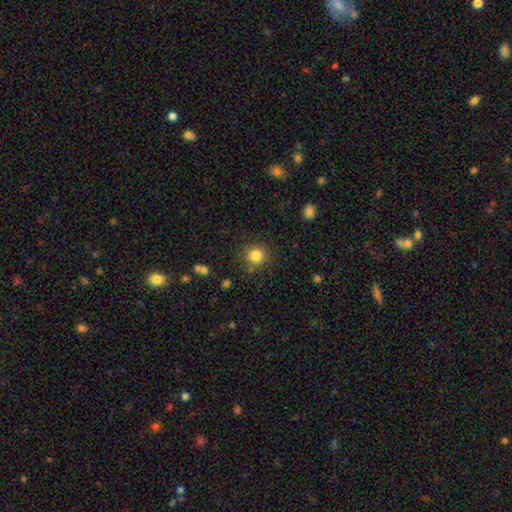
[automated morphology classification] A smooth galaxy with no disk features (83%) that is round (91%).

Vote fractions:
- Smooth or featured? smooth: 83% / star or artifact: 12% / featured or disk: 6%
- How rounded? round: 91% / in between: 8% / cigar-shaped: 1%
- Merging? none: 85% / minor disturbance: 9% / major disturbance: 3% / merger: 3%